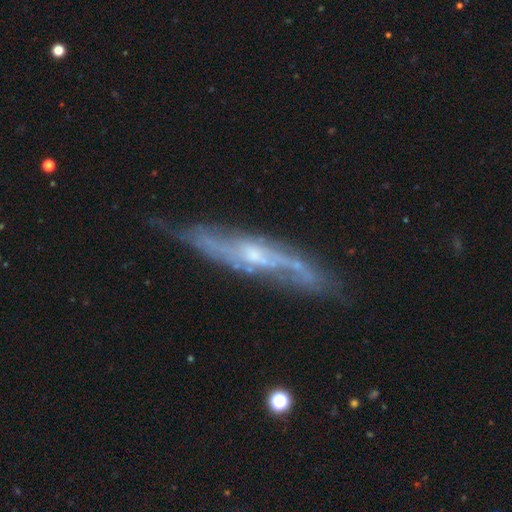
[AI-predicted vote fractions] A featured or disk galaxy (81%) viewed edge-on (53%).

Vote fractions:
- Smooth or featured? featured or disk: 81% / smooth: 13% / star or artifact: 6%
- Edge-on disk? yes: 53% / no: 47%
- Merging? none: 68% / minor disturbance: 22% / major disturbance: 7% / merger: 3%